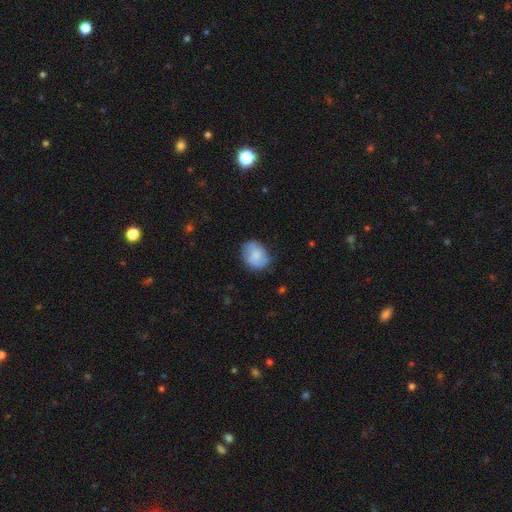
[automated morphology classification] This is likely a smooth galaxy (71%). How rounded: possibly in between (51%). Merging: likely none (65%).